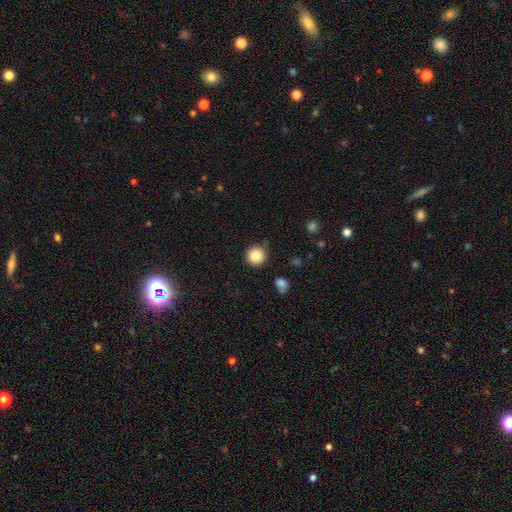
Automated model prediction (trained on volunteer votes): A smooth galaxy with no disk features (87%) that is round (95%). Merging: none (87%).